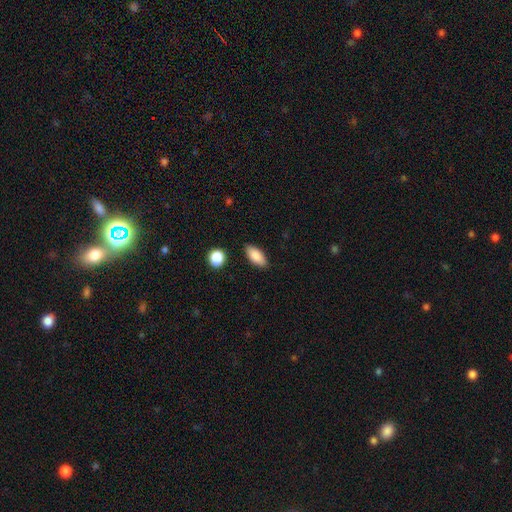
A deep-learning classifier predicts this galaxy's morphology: smooth-or-featured: smooth: 87% | star or artifact: 7% | featured or disk: 6%
  how-rounded: in between: 88% | cigar-shaped: 9% | round: 3%
  merging: none: 85% | minor disturbance: 10% | major disturbance: 2% | merger: 2%